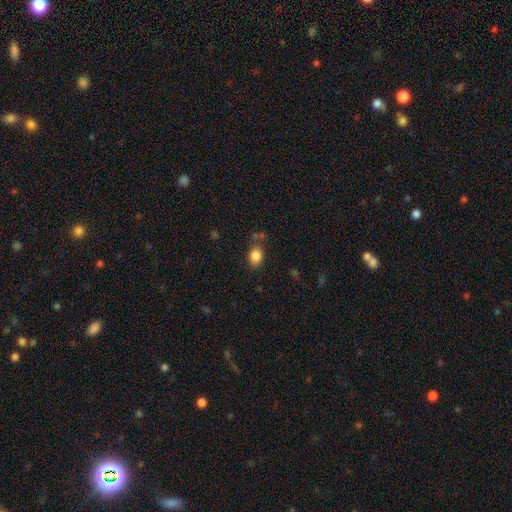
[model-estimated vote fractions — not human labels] Overall: smooth (85%). How rounded: in between (69%; round 30%). Merging: none (72%).